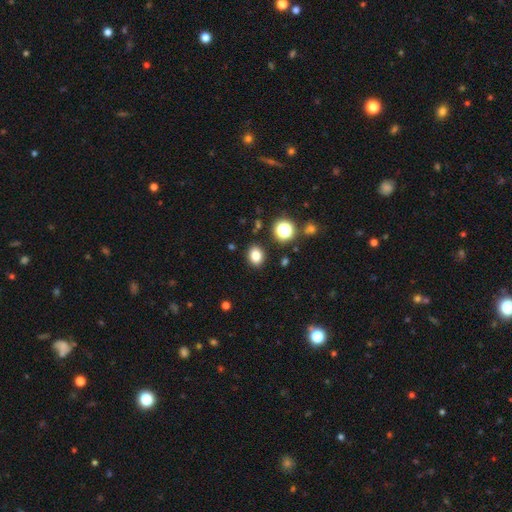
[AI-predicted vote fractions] smooth_or_featured: smooth (p=0.81) [alt: star or artifact p=0.13]
how_rounded: in between (p=0.53) [alt: round p=0.46]
merging: none (p=0.87) [alt: minor disturbance p=0.08]